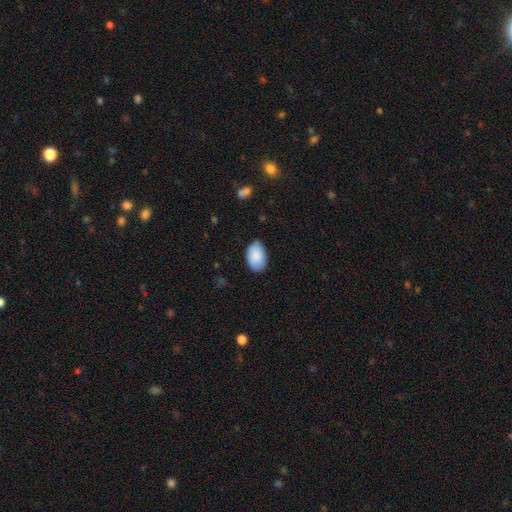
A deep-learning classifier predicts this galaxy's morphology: A smooth galaxy with no disk features (88%) that is in between round and cigar-shaped (92%). Merging: none (79%).